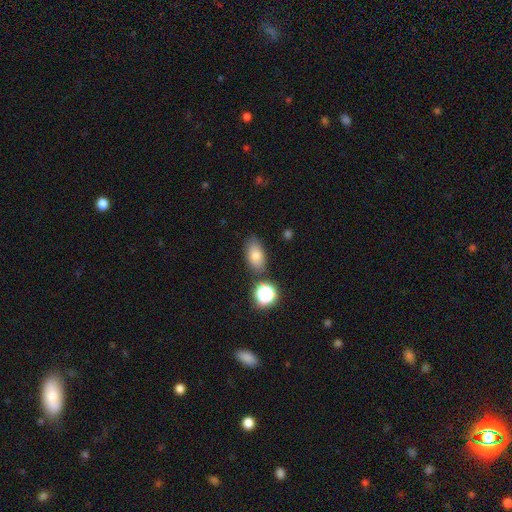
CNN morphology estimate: This appears to be a smooth galaxy with no disk features (75%) that is in between round and cigar-shaped (86%). Merging: none (78%).